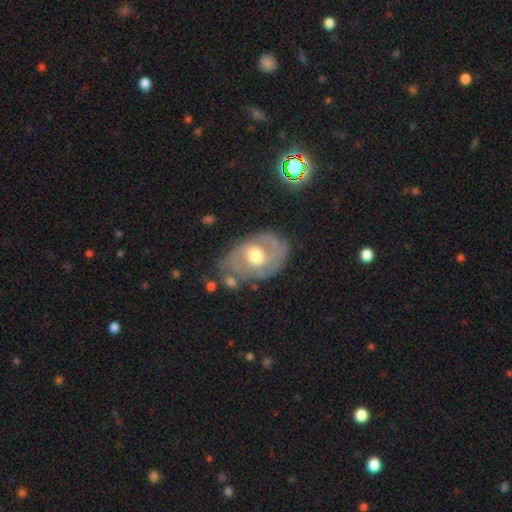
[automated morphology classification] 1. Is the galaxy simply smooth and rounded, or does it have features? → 76% featured or disk, 18% smooth, 5% star or artifact.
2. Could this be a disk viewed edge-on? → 96% no, 4% yes.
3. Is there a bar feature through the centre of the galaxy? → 49% no, 41% weak, 11% strong.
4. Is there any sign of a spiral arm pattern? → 80% yes, 20% no.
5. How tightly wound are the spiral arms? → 43% medium, 39% tight, 18% loose.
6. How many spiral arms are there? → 61% 2, 21% can't tell, 7% 3, 6% 1, 2% 4, 2% more than 4.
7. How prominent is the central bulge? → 72% moderate, 15% large, 10% small, 1% dominant, 1% none.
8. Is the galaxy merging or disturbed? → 61% none, 23% minor disturbance, 11% major disturbance, 5% merger.